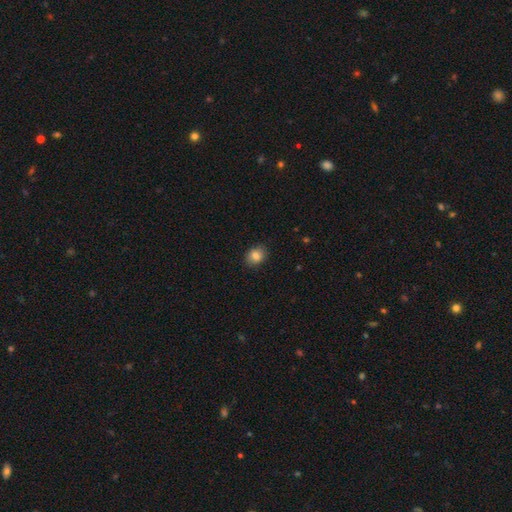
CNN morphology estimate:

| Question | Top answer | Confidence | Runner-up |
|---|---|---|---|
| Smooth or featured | smooth | 84% | star or artifact (9%) |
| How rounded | in between | 51% | round (48%) |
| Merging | none | 87% | minor disturbance (10%) |